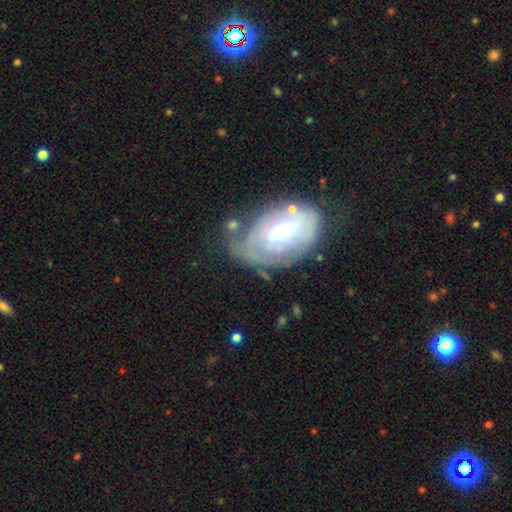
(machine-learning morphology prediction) Overall: featured or disk (61%; smooth 32%). Edge-on disk: no (94%). Bar: no (57%; weak 35%). Spiral arms: yes (60%; no 40%). Bulge size: moderate (52%; small 38%). Merging: none (49%; minor disturbance 29%).